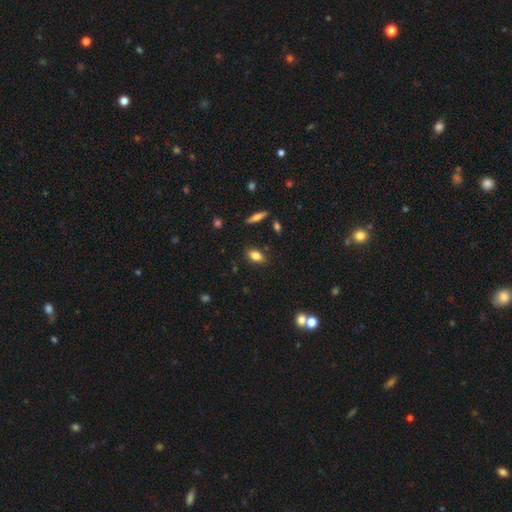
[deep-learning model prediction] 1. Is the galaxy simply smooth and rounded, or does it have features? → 80% smooth, 11% featured or disk, 9% star or artifact.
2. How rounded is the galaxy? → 84% in between, 9% round, 7% cigar-shaped.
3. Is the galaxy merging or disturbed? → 84% none, 11% minor disturbance, 3% major disturbance, 2% merger.